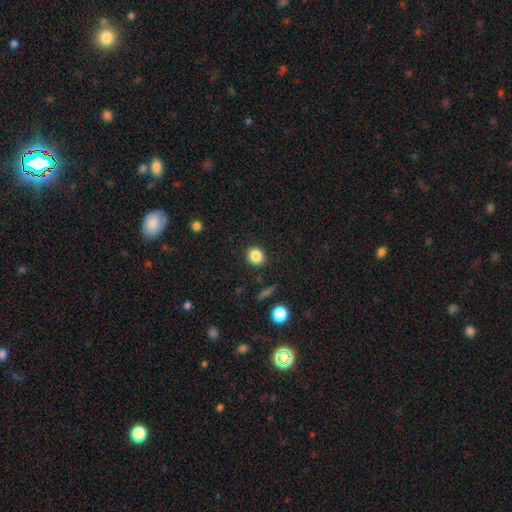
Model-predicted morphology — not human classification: The model was most divided on "how rounded": round: 83%, in between: 16%, cigar-shaped: 1%. More confident: merging — none (90%); smooth or featured — smooth (85%).